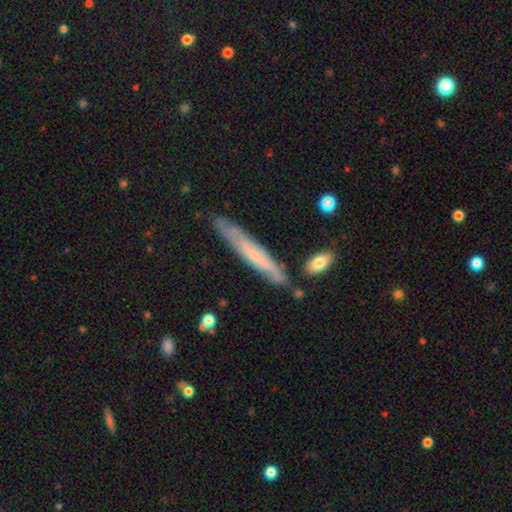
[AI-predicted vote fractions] Smooth or featured? featured or disk (54%)
Edge-on disk? yes (75%)
Merging? none (76%)